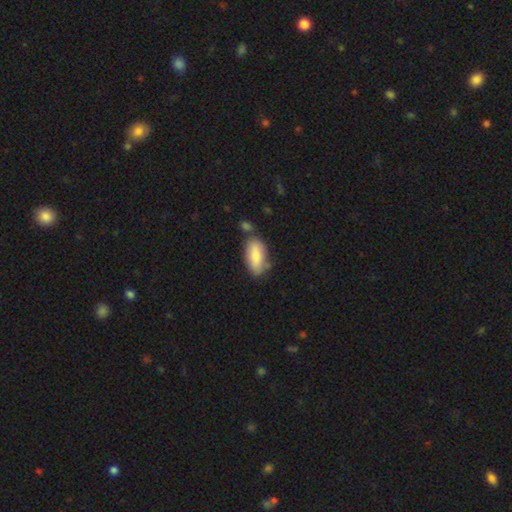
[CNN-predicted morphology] Smooth or featured: smooth — 79% (featured or disk — 15%)
How rounded: in between — 86% (cigar-shaped — 12%)
Merging: none — 64% (minor disturbance — 20%)